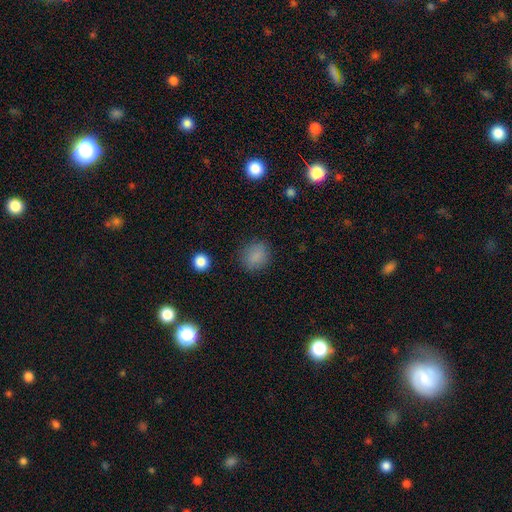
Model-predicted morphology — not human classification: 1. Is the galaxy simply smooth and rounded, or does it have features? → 84% smooth, 11% star or artifact, 5% featured or disk.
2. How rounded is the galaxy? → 71% round, 28% in between, 1% cigar-shaped.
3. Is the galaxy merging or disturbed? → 83% none, 12% minor disturbance, 4% major disturbance, 1% merger.